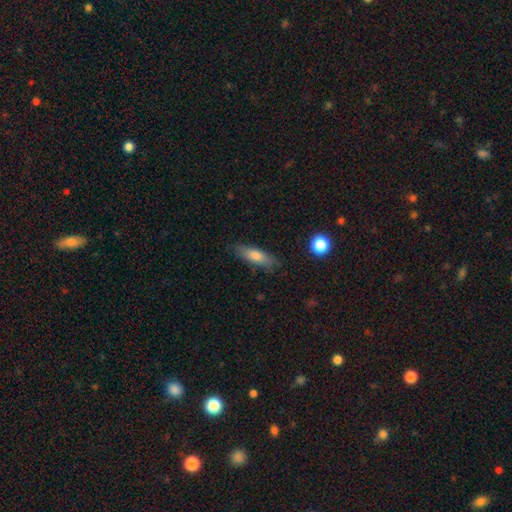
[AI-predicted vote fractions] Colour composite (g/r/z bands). It shows a smooth galaxy with no disk features (74%) that is cigar-shaped (51%). Merging: none (81%).